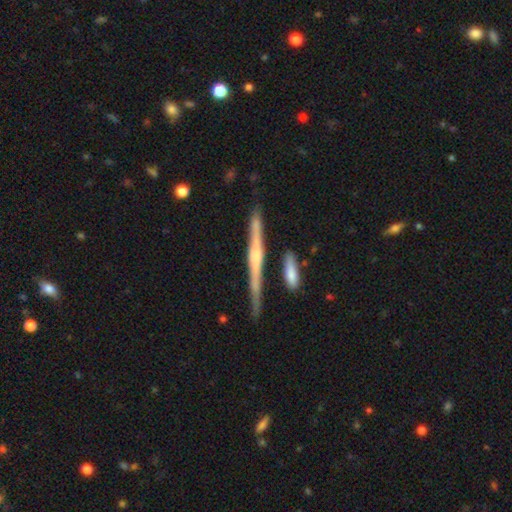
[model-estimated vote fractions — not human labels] A featured or disk galaxy (72%) viewed edge-on (97%) with a rounded central bulge (49%).

Vote fractions:
- Smooth or featured? featured or disk: 72% / smooth: 22% / star or artifact: 6%
- Edge-on disk? yes: 97% / no: 3%
- Edge-on bulge? rounded: 49% / none: 32% / boxy: 19%
- Merging? none: 79% / minor disturbance: 11% / merger: 7% / major disturbance: 3%